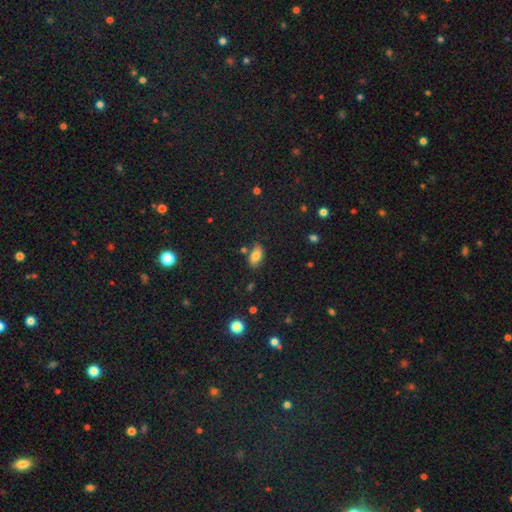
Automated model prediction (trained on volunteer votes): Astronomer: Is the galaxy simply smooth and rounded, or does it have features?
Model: smooth — 79%.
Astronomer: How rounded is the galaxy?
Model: in between — 91%.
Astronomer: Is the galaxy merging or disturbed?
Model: none — 79%.